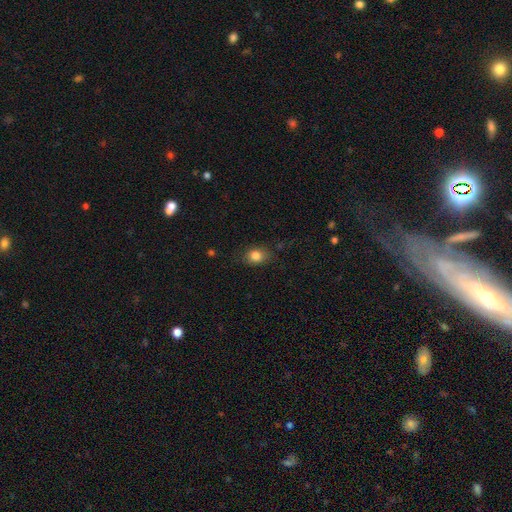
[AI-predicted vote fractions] This is clearly a smooth galaxy (82%). How rounded: possibly in between (55%). Merging: likely none (78%).